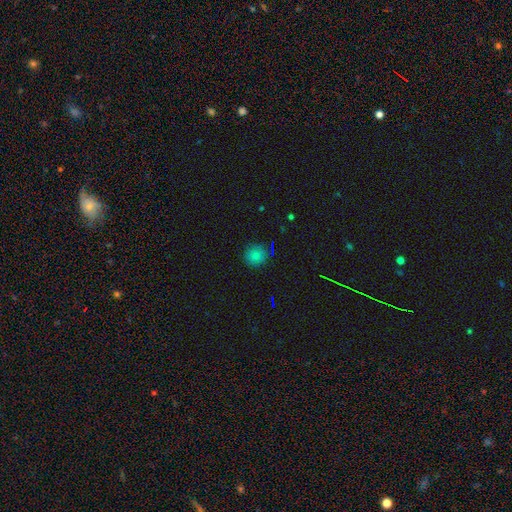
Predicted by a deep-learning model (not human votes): Overall: smooth (79%). How rounded: round (92%). Merging: none (86%).